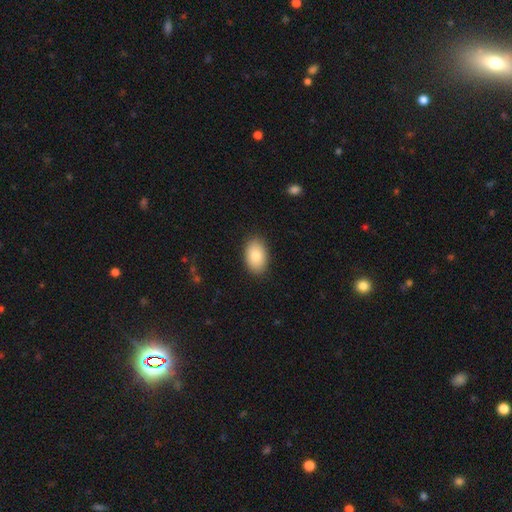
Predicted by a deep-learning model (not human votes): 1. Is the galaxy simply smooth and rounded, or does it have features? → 85% smooth, 9% featured or disk, 6% star or artifact.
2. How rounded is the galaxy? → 92% in between, 7% round, 1% cigar-shaped.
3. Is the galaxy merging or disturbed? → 88% none, 9% minor disturbance, 2% major disturbance, 1% merger.